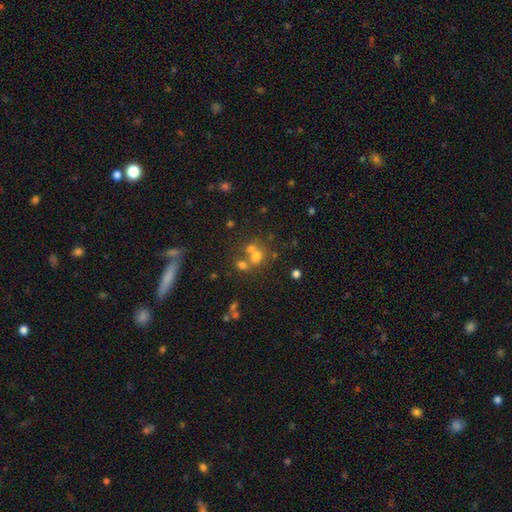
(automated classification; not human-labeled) This is possibly a smooth galaxy (57%). How rounded: likely round (72%). Merging: marginally merger (43%).